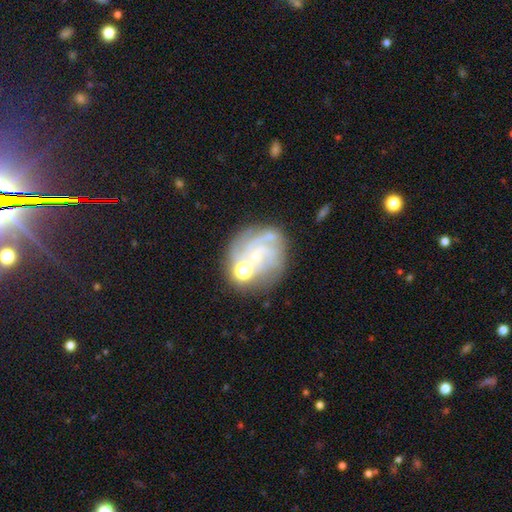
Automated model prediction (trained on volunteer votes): A featured or disk galaxy (69%) with no bar (75%), tight (58%) spiral arms (84%) and a small central bulge (62%). Merging: none (59%).